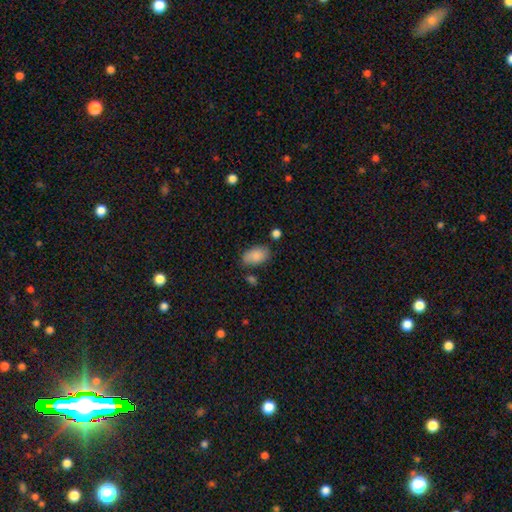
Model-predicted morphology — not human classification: type=smooth (86%); roundness=in between (92%); merging=none (68%).